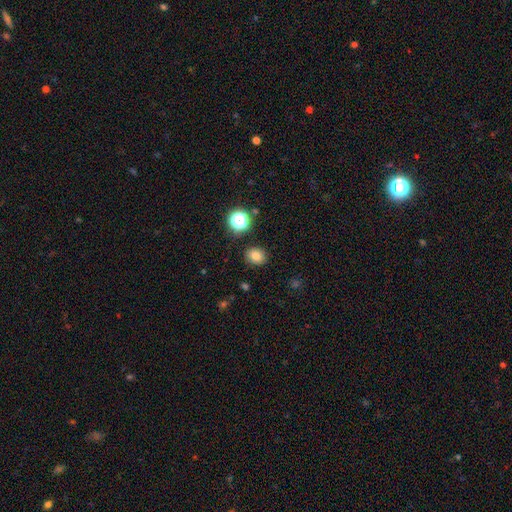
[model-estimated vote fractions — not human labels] A smooth galaxy with no disk features (79%) that is round (61%).

Vote fractions:
- Smooth or featured? smooth: 79% / star or artifact: 14% / featured or disk: 7%
- How rounded? round: 61% / in between: 38% / cigar-shaped: 1%
- Merging? none: 87% / minor disturbance: 8% / major disturbance: 3% / merger: 2%